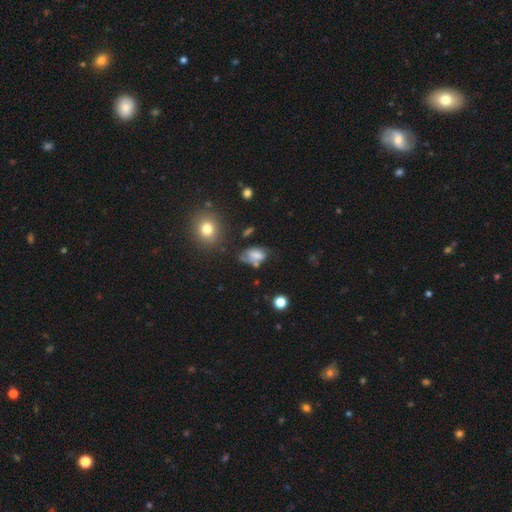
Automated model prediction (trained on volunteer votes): Q: Smooth or featured?
A: smooth (63%); runner-up: featured or disk (25%)
Q: How rounded?
A: in between (87%); runner-up: round (10%)
Q: Merging?
A: none (40%); runner-up: minor disturbance (31%)